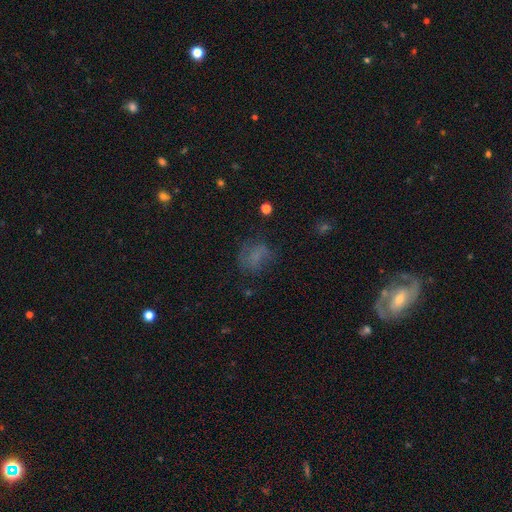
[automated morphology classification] Q: Smooth or featured?
A: smooth (56%); runner-up: featured or disk (23%)
Q: How rounded?
A: in between (52%); runner-up: round (46%)
Q: Merging?
A: none (55%); runner-up: minor disturbance (22%)